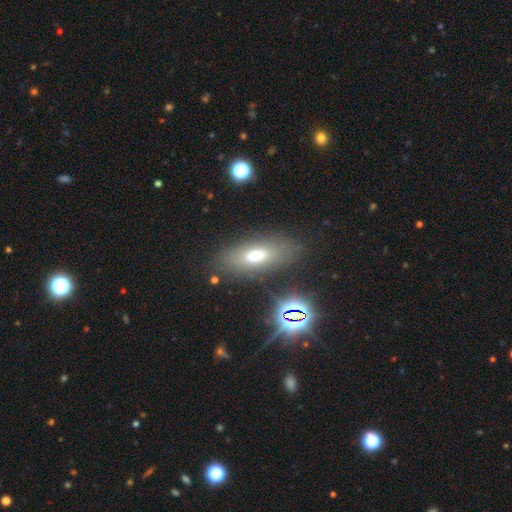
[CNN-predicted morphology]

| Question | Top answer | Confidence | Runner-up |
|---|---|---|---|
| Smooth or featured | smooth | 63% | featured or disk (21%) |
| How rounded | in between | 75% | cigar-shaped (20%) |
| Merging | none | 81% | minor disturbance (11%) |